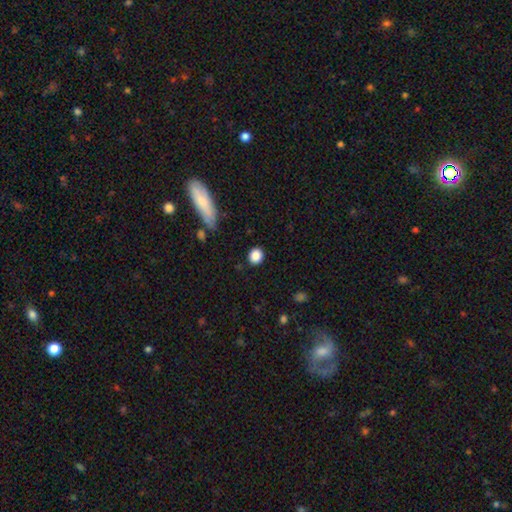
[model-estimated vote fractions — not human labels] smooth_or_featured: smooth (p=0.87) [alt: star or artifact p=0.09]
how_rounded: round (p=0.80) [alt: in between p=0.19]
merging: none (p=0.87) [alt: minor disturbance p=0.08]